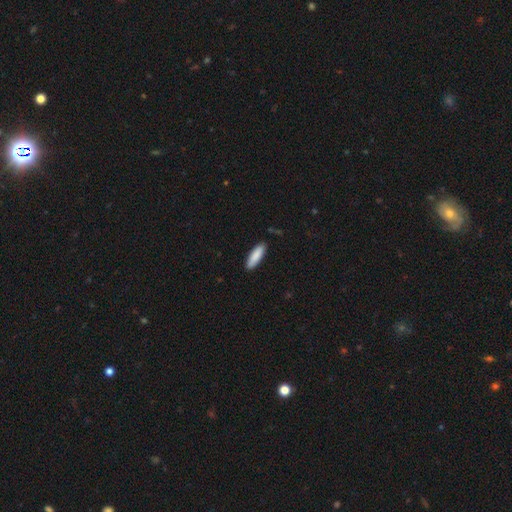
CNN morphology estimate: A smooth galaxy with no disk features (87%) that is cigar-shaped (56%).

Vote fractions:
- Smooth or featured? smooth: 87% / featured or disk: 7% / star or artifact: 5%
- How rounded? cigar-shaped: 56% / in between: 43% / round: 1%
- Merging? none: 88% / minor disturbance: 9% / major disturbance: 2% / merger: 1%